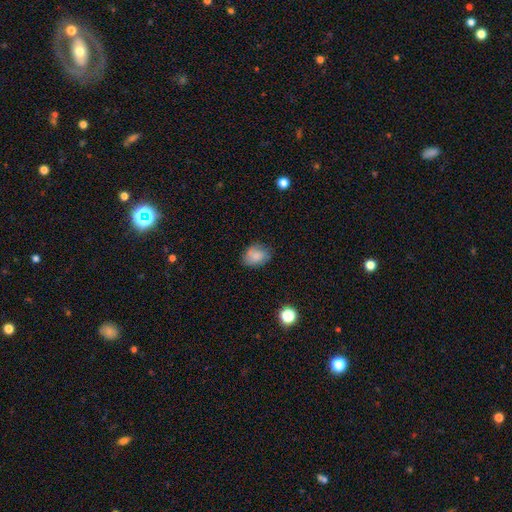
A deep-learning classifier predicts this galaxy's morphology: This is likely a smooth galaxy (80%). How rounded: likely in between (71%). Merging: likely none (72%).